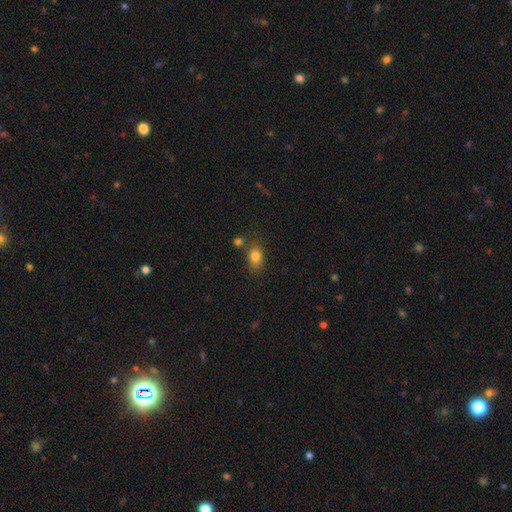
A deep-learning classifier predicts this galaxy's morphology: Q: Smooth or featured?
A: smooth (82%); runner-up: star or artifact (10%)
Q: How rounded?
A: in between (77%); runner-up: round (21%)
Q: Merging?
A: none (67%); runner-up: minor disturbance (16%)